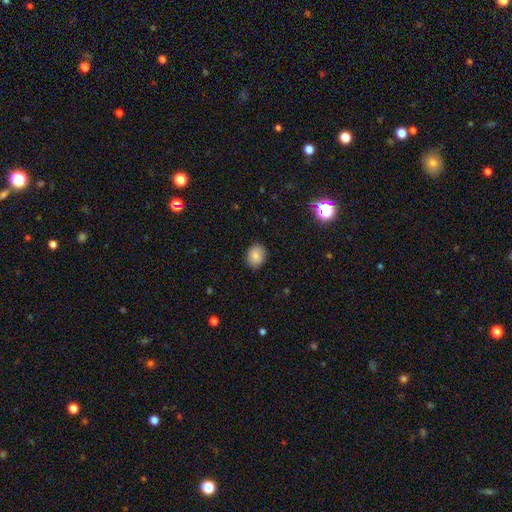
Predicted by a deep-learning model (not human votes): Smooth or featured? Predicted: smooth (p=0.82). How rounded? Predicted: round (p=0.57). Merging? Predicted: none (p=0.87).